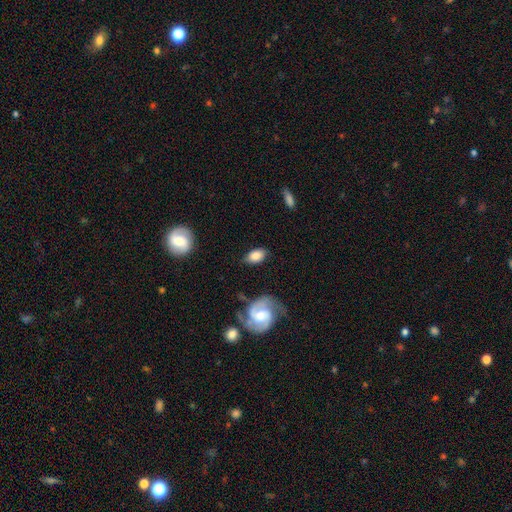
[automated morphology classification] This is likely a smooth galaxy (75%). How rounded: clearly in between (88%). Merging: likely none (72%).